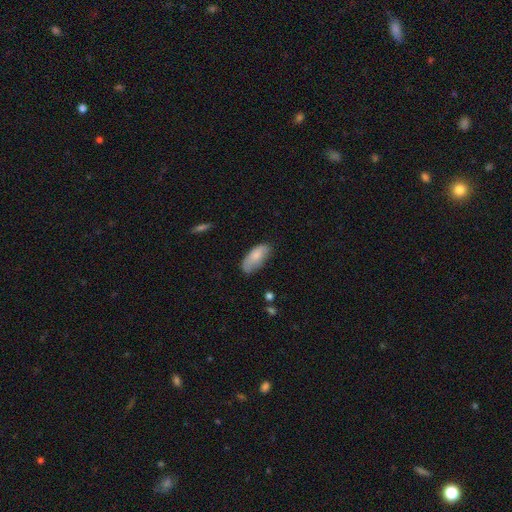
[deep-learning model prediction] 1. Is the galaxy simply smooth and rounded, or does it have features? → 81% smooth, 13% featured or disk, 6% star or artifact.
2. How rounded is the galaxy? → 88% in between, 10% cigar-shaped, 2% round.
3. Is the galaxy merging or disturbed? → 59% none, 30% minor disturbance, 8% major disturbance, 2% merger.